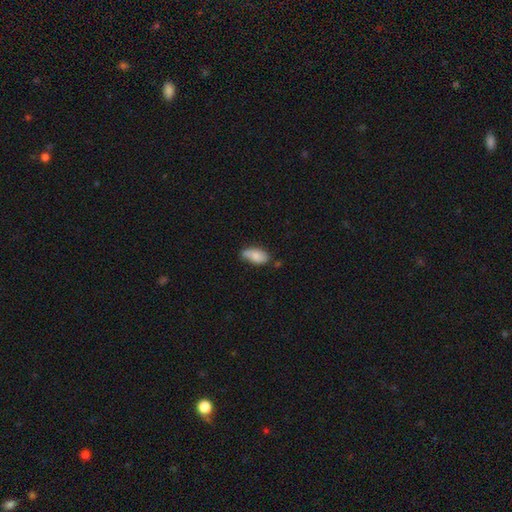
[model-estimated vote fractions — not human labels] smooth_or_featured: smooth (p=0.76) [alt: featured or disk p=0.16]
how_rounded: in between (p=0.92) [alt: cigar-shaped p=0.05]
merging: none (p=0.52) [alt: minor disturbance p=0.32]